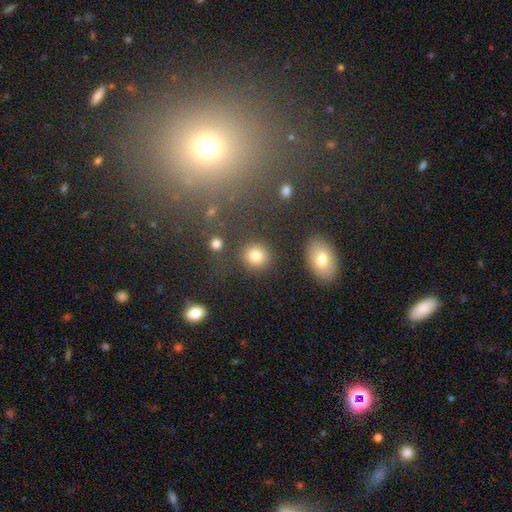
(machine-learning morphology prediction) type=smooth (82%); roundness=round (82%); merging=none (83%).